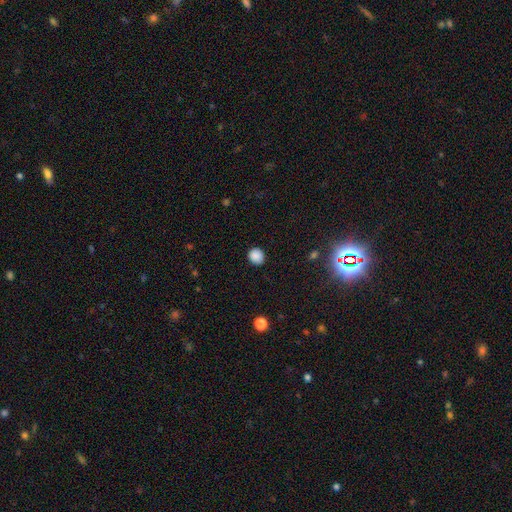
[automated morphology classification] A smooth galaxy with no disk features (86%) that is round (79%). Merging: none (87%).